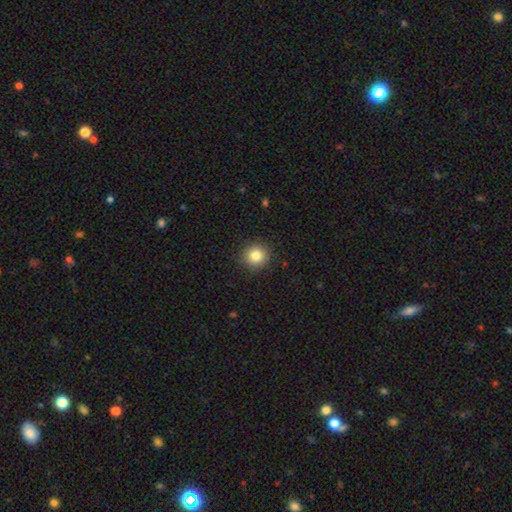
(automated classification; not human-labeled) This appears to be a smooth galaxy with no disk features (82%) that is round (93%). Merging: none (90%).